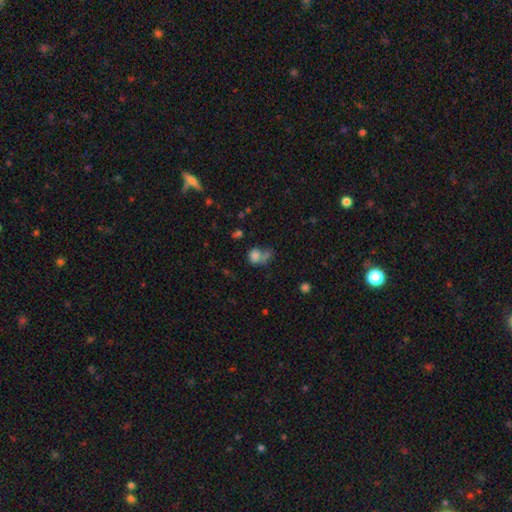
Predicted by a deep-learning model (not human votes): This appears to be a smooth galaxy with no disk features (74%) that is round (51%). Merging: merger (33%).